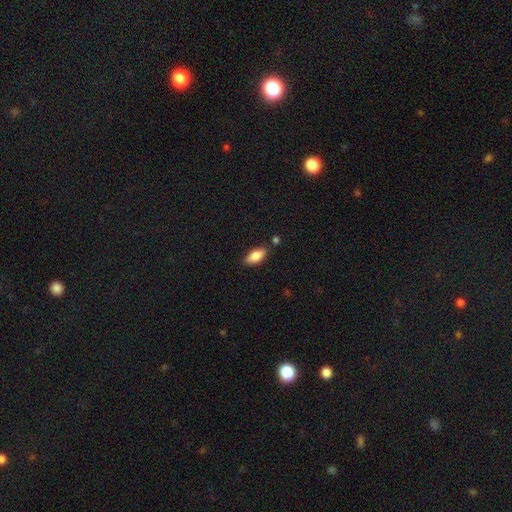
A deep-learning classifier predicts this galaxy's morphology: A smooth galaxy with no disk features (82%) that is in between round and cigar-shaped (87%).

Vote fractions:
- Smooth or featured? smooth: 82% / featured or disk: 12% / star or artifact: 7%
- How rounded? in between: 87% / cigar-shaped: 11% / round: 2%
- Merging? none: 82% / minor disturbance: 12% / merger: 4% / major disturbance: 2%